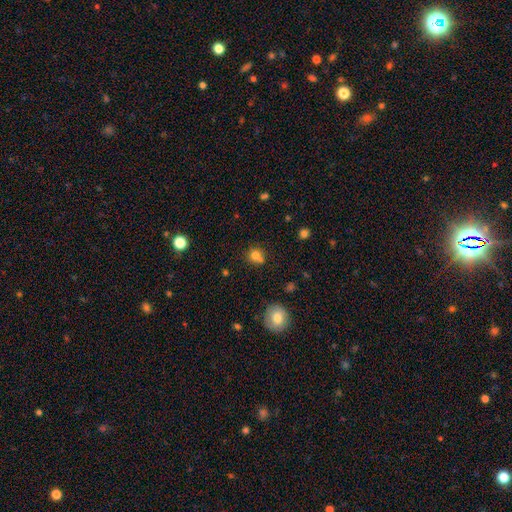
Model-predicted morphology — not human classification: This appears to be a smooth galaxy with no disk features (76%) that is round (81%). Merging: none (54%).